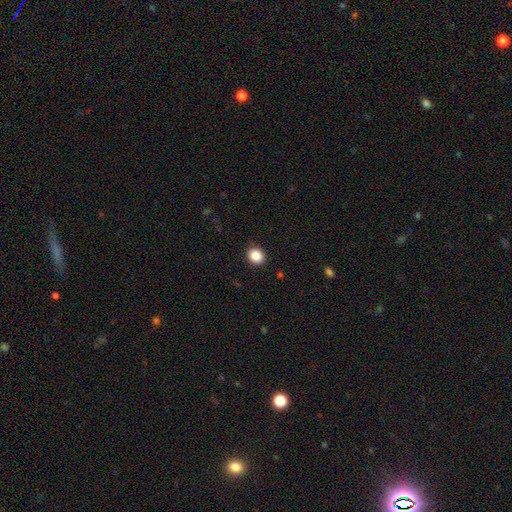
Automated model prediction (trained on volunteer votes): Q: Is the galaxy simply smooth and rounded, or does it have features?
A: smooth — 87%.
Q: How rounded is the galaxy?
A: round — 76%.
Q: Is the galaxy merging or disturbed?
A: none — 90%.